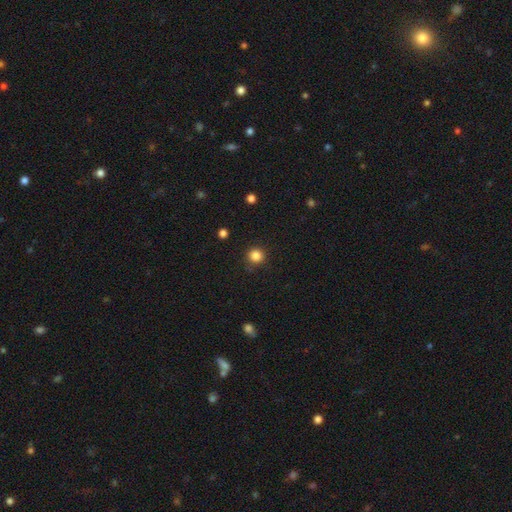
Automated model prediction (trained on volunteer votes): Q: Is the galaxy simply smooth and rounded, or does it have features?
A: smooth — 84%.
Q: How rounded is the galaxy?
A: round — 94%.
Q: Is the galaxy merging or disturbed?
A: none — 88%.